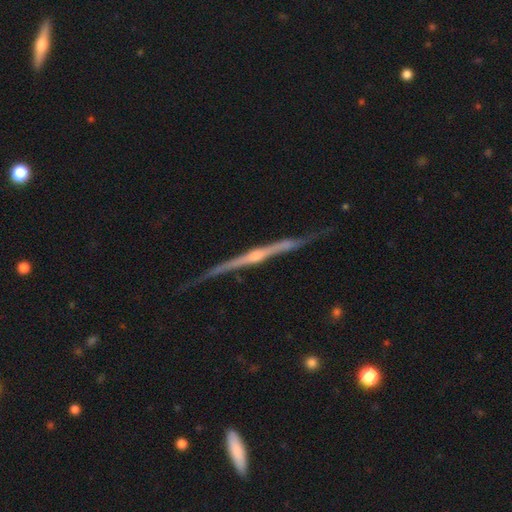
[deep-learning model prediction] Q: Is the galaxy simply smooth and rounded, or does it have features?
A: featured or disk — 87%.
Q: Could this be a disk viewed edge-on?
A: yes — 98%.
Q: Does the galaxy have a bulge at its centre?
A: rounded — 75%.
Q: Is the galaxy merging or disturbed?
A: none — 83%.